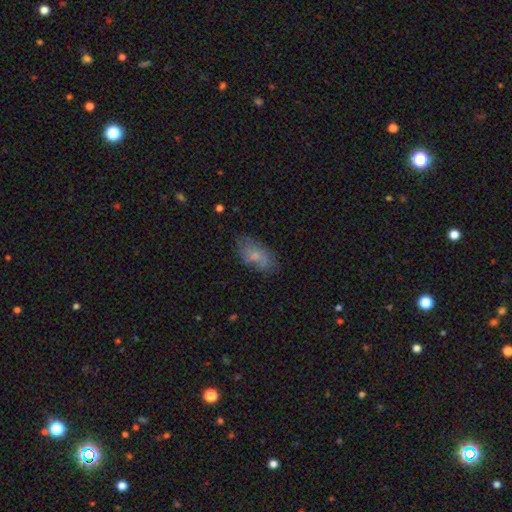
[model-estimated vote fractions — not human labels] smooth_or_featured: smooth (p=0.67) [alt: featured or disk p=0.25]
how_rounded: in between (p=0.91) [alt: cigar-shaped p=0.05]
merging: none (p=0.63) [alt: minor disturbance p=0.25]